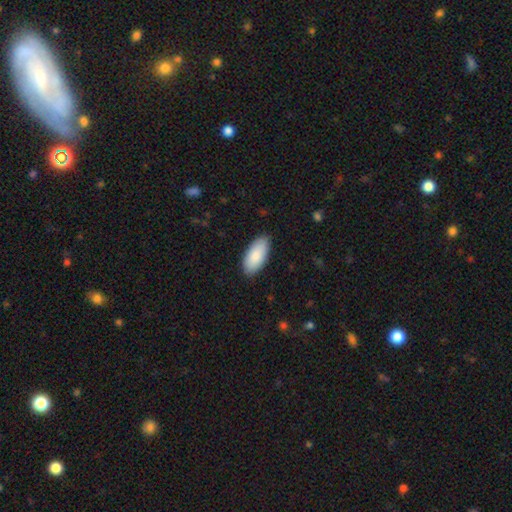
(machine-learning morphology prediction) smooth-or-featured: smooth: 86% | featured or disk: 8% | star or artifact: 5%
  how-rounded: in between: 92% | cigar-shaped: 6% | round: 2%
  merging: none: 87% | minor disturbance: 11% | major disturbance: 2% | merger: 1%